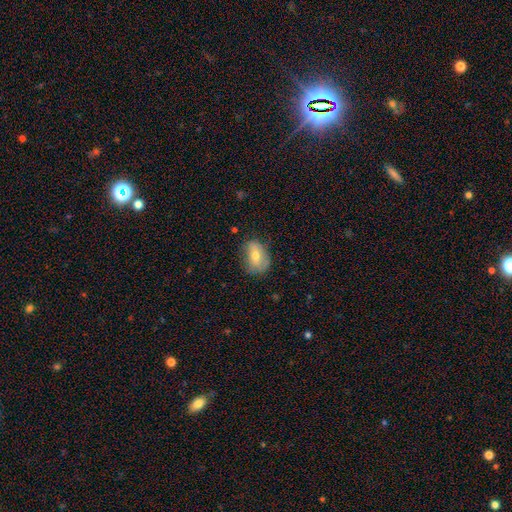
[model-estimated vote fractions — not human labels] The model was most divided on "smooth or featured": smooth: 66%, featured or disk: 26%, star or artifact: 8%. More confident: how rounded — in between (78%); merging — none (66%).